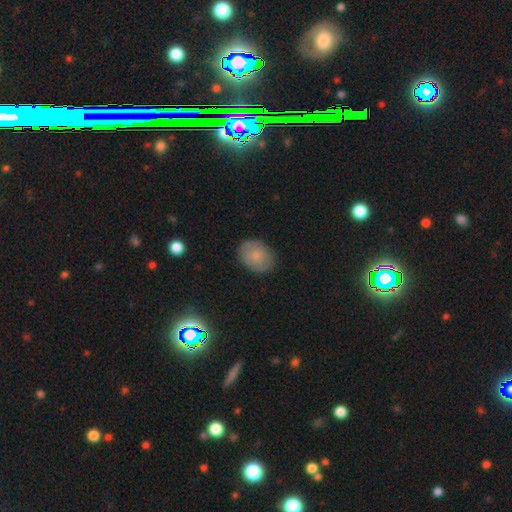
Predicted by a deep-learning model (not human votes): Smooth or featured? Predicted: smooth (p=0.71). How rounded? Predicted: in between (p=0.62). Merging? Predicted: none (p=0.83).